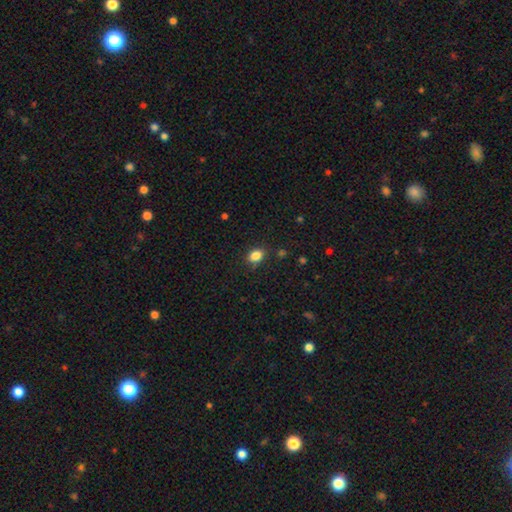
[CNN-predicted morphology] smooth-or-featured: smooth: 84% | star or artifact: 11% | featured or disk: 6%
  how-rounded: in between: 75% | round: 23% | cigar-shaped: 2%
  merging: none: 81% | minor disturbance: 14% | major disturbance: 3% | merger: 2%